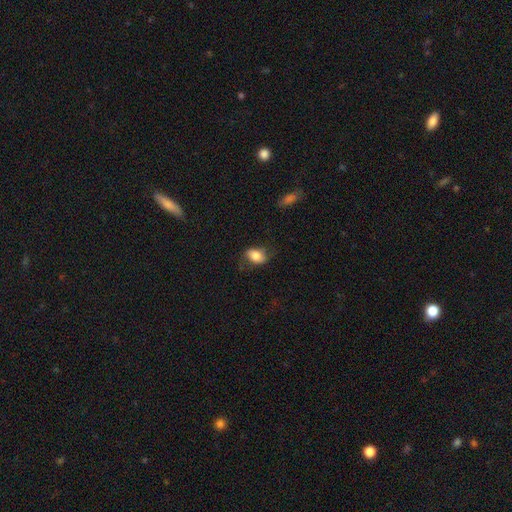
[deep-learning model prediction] This is likely a smooth galaxy (79%). How rounded: likely in between (80%). Merging: likely none (65%).